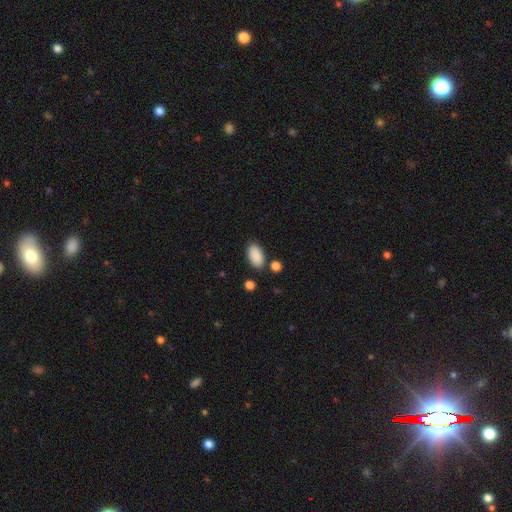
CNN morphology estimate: The model was most divided on "merging": none: 82%, minor disturbance: 10%, merger: 4%, major disturbance: 3%. More confident: how rounded — in between (94%); smooth or featured — smooth (89%).